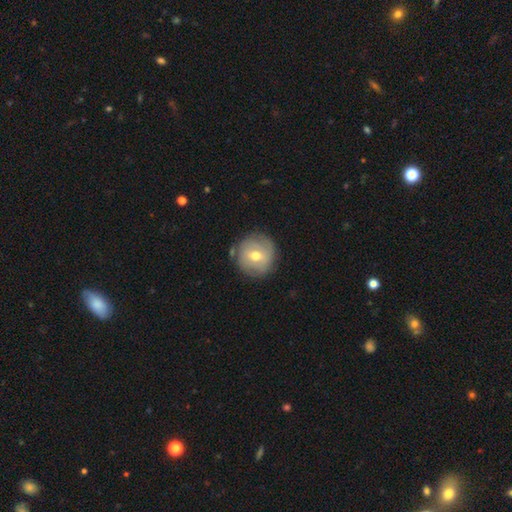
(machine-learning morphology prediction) A smooth galaxy with no disk features (48%). Merging: none (80%).